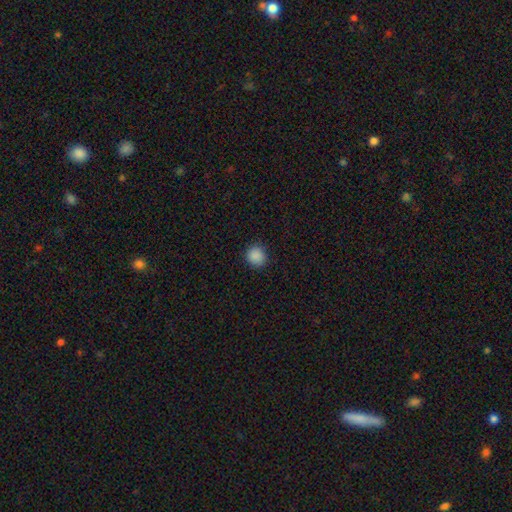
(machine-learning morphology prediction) Smooth or featured? Predicted: smooth (p=0.88). How rounded? Predicted: round (p=0.91). Merging? Predicted: none (p=0.89).